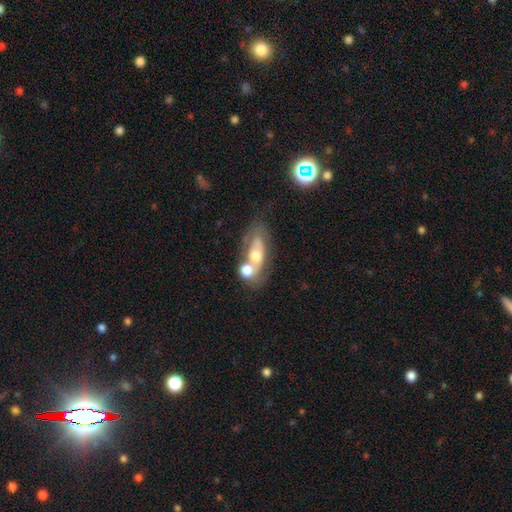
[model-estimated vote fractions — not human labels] A smooth galaxy with no disk features (45%).

Vote fractions:
- Smooth or featured? smooth: 45% / featured or disk: 44% / star or artifact: 10%
- Merging? merger: 47% / none: 29% / minor disturbance: 14% / major disturbance: 10%